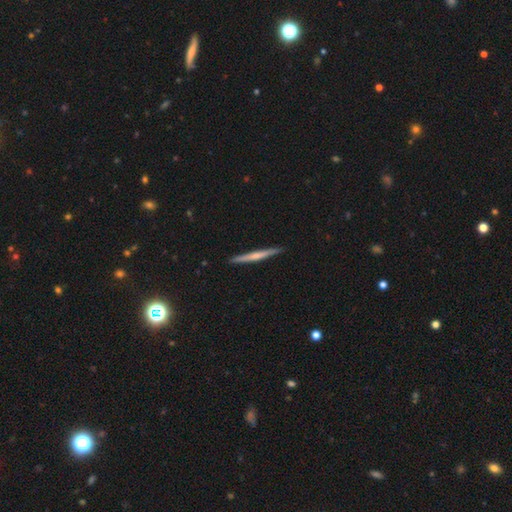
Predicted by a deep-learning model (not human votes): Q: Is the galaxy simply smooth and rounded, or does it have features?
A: featured or disk — 54%.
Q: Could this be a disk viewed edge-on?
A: yes — 98%.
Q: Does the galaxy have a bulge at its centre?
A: none — 49%.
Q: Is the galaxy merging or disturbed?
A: none — 92%.